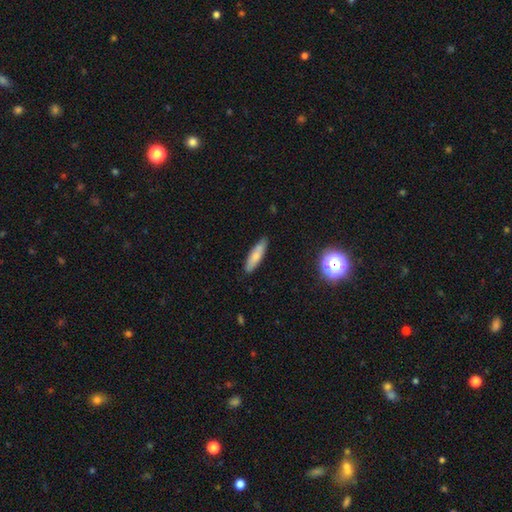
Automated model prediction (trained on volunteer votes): This is likely a smooth galaxy (73%). How rounded: likely cigar-shaped (68%). Merging: clearly none (85%).